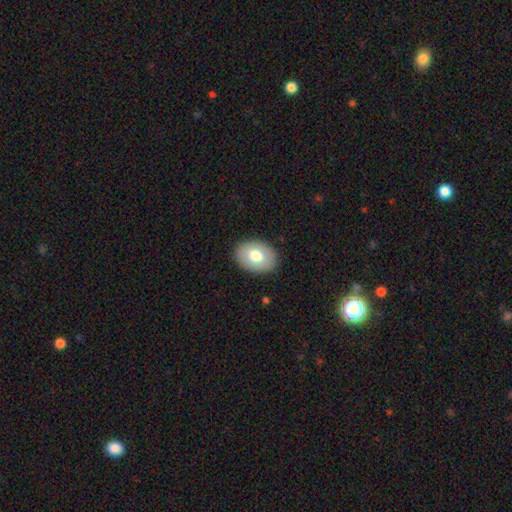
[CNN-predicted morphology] This appears to be a smooth galaxy with no disk features (73%) that is in between round and cigar-shaped (74%). Merging: none (89%).